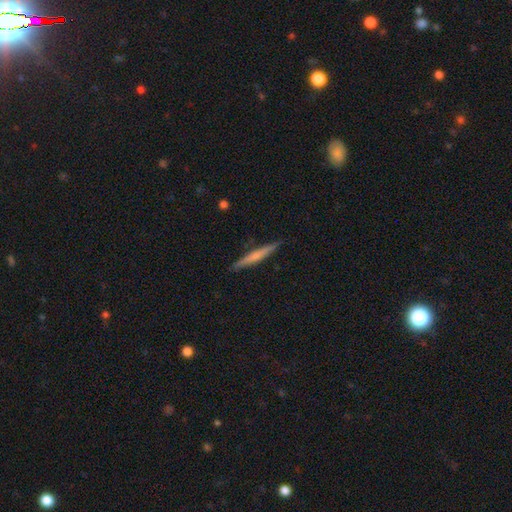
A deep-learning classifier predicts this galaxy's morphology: This appears to be a smooth galaxy with no disk features (50%). Merging: none (90%).